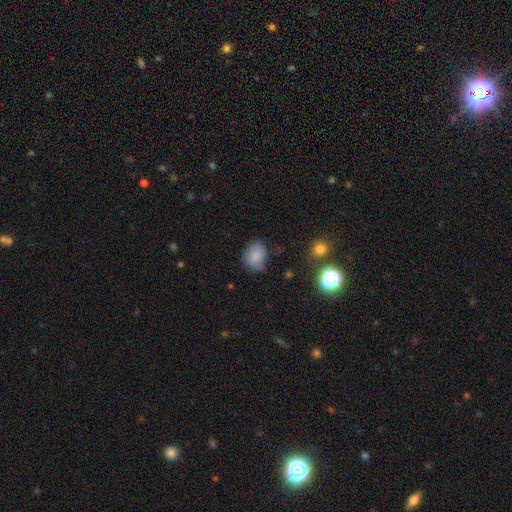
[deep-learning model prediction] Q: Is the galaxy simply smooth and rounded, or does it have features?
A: smooth — 82%.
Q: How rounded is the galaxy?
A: round — 60%.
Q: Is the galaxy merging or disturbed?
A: none — 65%.